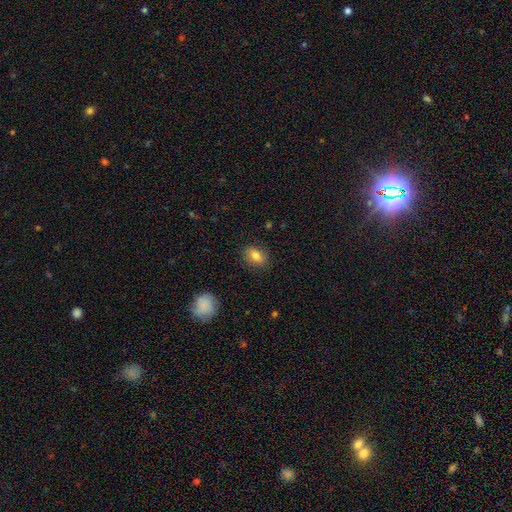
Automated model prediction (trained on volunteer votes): A smooth galaxy with no disk features (81%) that is in between round and cigar-shaped (70%).

Vote fractions:
- Smooth or featured? smooth: 81% / featured or disk: 10% / star or artifact: 10%
- How rounded? in between: 70% / round: 29% / cigar-shaped: 2%
- Merging? none: 84% / minor disturbance: 11% / major disturbance: 3% / merger: 1%